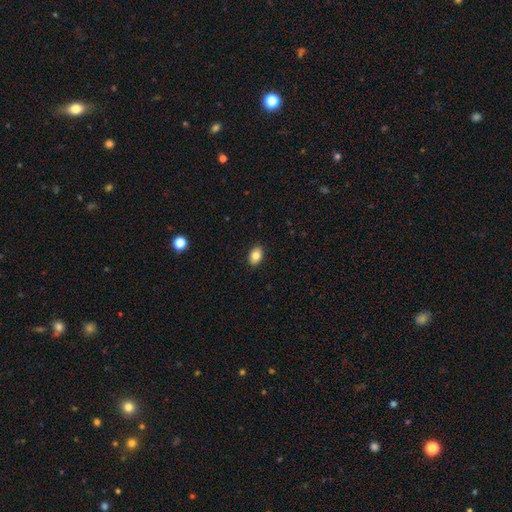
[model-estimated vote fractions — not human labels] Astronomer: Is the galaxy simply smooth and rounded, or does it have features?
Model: smooth — 83%.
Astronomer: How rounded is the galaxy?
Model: in between — 82%.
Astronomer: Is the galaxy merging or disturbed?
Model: none — 90%.